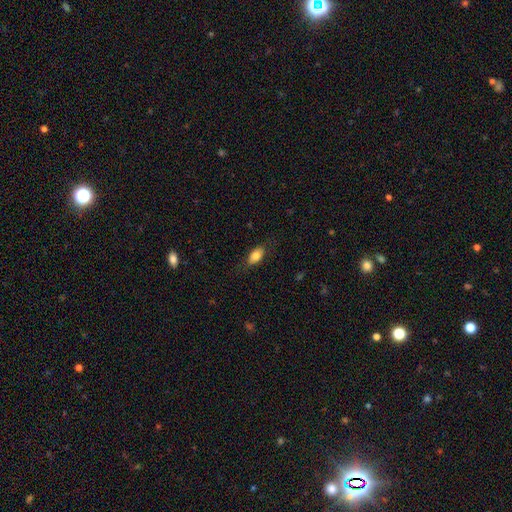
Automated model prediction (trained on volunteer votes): Overall: smooth (81%). How rounded: in between (90%). Merging: none (82%).